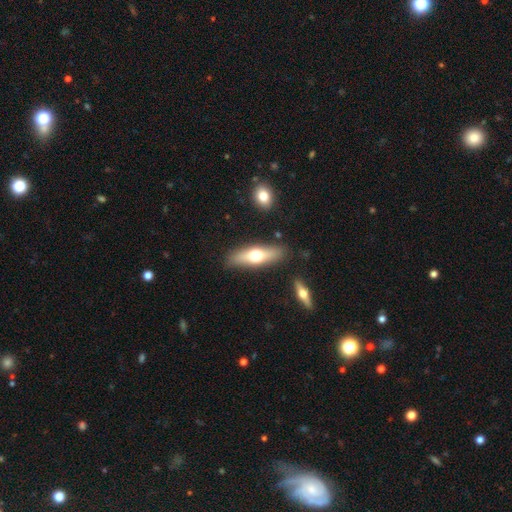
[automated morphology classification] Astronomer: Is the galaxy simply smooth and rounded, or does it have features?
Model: smooth — 53% (runner-up: featured or disk, 41%).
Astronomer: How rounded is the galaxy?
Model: cigar-shaped — 54% (runner-up: in between, 44%).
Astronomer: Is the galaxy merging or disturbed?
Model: none — 84%.